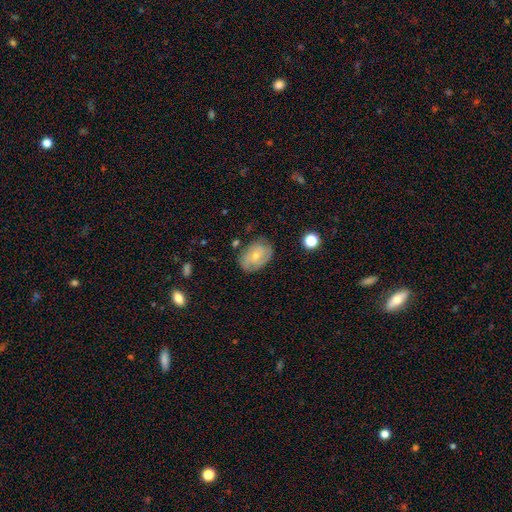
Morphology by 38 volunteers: Volunteers were most divided on "smooth or featured" (2-way tie): smooth: 47%, featured or disk: 47%, star or artifact: 5%. More confident: how rounded — in between (89%); merging — none (83%).